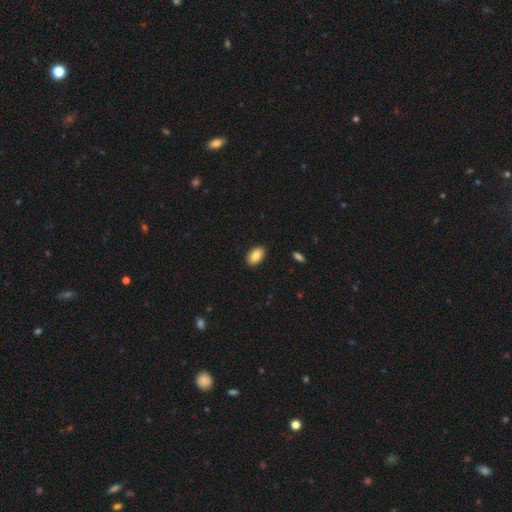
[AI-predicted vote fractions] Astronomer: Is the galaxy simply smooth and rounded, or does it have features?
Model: smooth — 87%.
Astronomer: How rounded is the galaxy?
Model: in between — 93%.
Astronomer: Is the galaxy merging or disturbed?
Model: none — 90%.